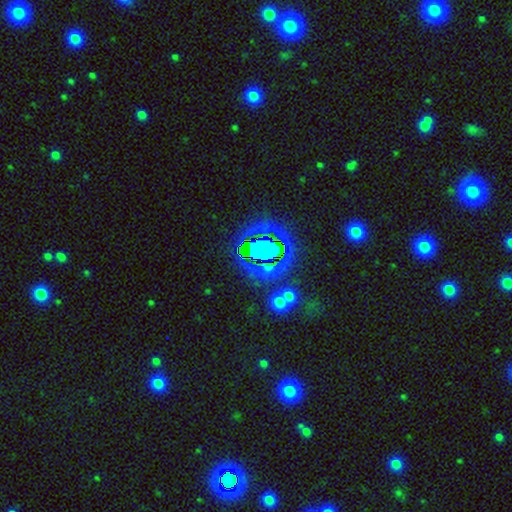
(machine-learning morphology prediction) A star or artifact, not a galaxy (76%).

Vote fractions:
- Smooth or featured? star or artifact: 76% / smooth: 14% / featured or disk: 10%